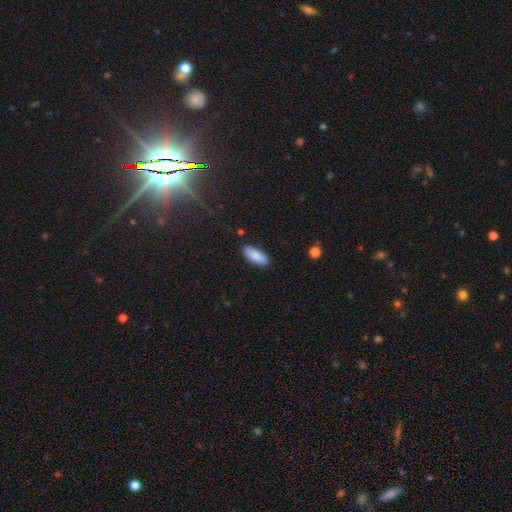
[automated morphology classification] A smooth galaxy with no disk features (87%) that is in between round and cigar-shaped (78%).

Vote fractions:
- Smooth or featured? smooth: 87% / star or artifact: 6% / featured or disk: 6%
- How rounded? in between: 78% / cigar-shaped: 20% / round: 2%
- Merging? none: 85% / minor disturbance: 11% / major disturbance: 2% / merger: 2%